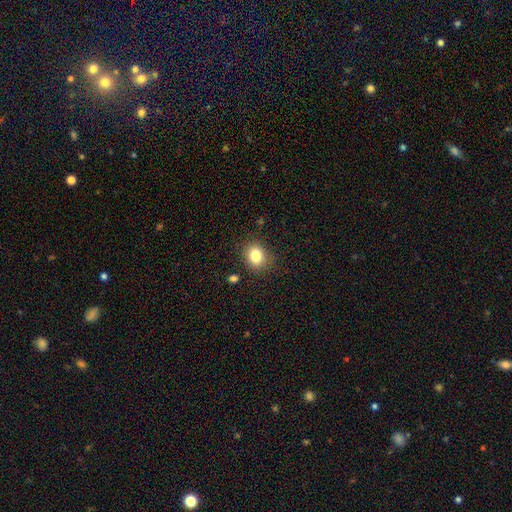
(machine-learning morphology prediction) type=smooth (81%); roundness=round (58%); merging=none (83%).